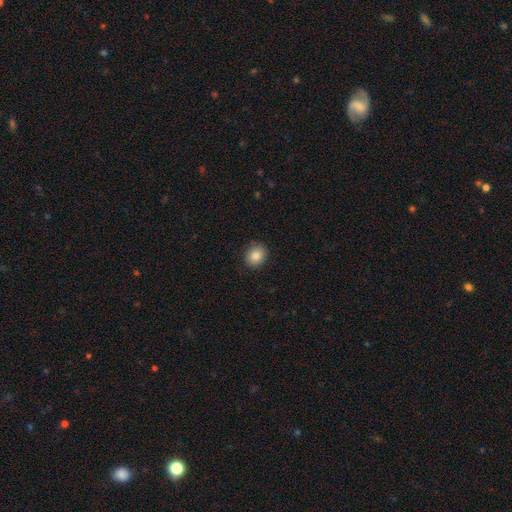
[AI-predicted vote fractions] This appears to be a smooth galaxy with no disk features (84%) that is round (69%). Merging: none (87%).